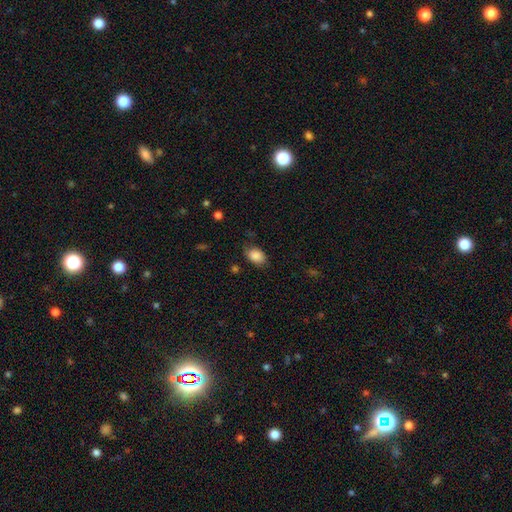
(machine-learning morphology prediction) The model was most divided on "merging": none: 76%, minor disturbance: 18%, major disturbance: 4%, merger: 1%. More confident: smooth or featured — smooth (87%); how rounded — in between (84%).